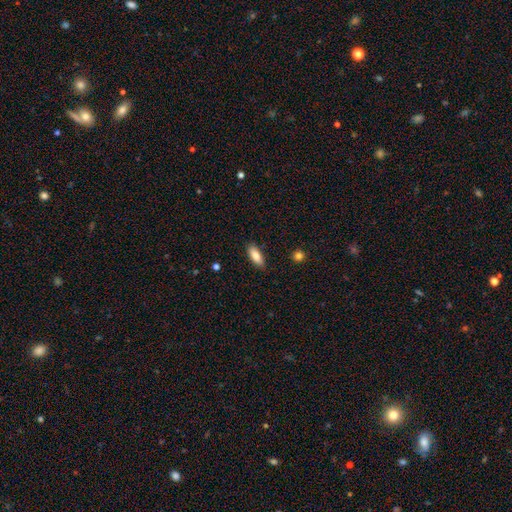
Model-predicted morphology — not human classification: smooth 84%, featured or disk 9%, star or artifact 7%. Down the decision tree: how rounded — in between (73%); merging — none (87%).